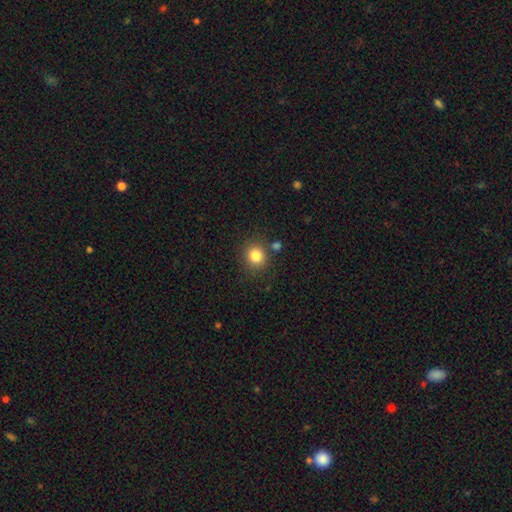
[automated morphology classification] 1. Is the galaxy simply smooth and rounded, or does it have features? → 83% smooth, 11% star or artifact, 6% featured or disk.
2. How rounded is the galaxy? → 83% round, 16% in between, 1% cigar-shaped.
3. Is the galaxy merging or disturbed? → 81% none, 9% minor disturbance, 7% merger, 3% major disturbance.